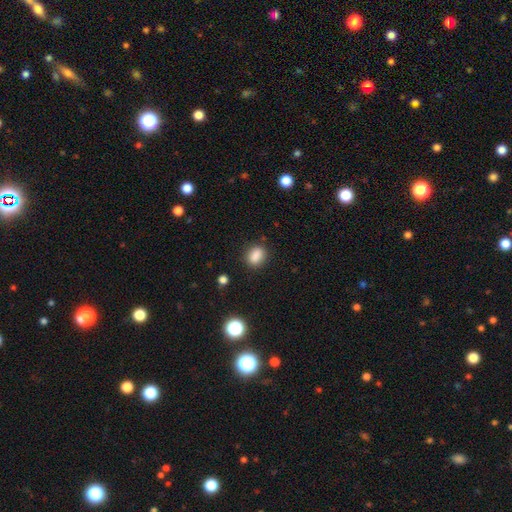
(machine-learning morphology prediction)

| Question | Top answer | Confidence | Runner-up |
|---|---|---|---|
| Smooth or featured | smooth | 86% | star or artifact (10%) |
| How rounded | in between | 68% | round (30%) |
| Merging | none | 84% | minor disturbance (11%) |